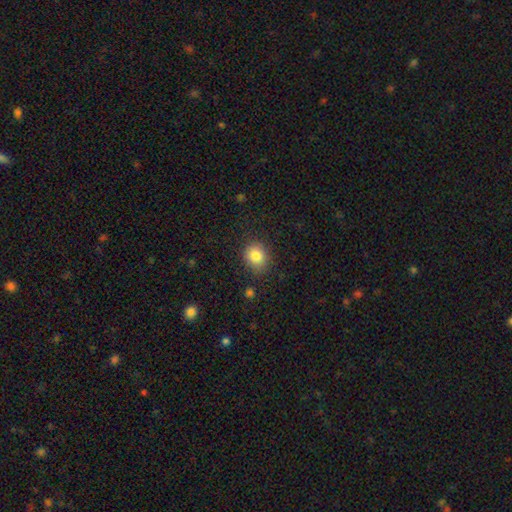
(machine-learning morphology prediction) Smooth or featured?
  - smooth: 83% *
  - star or artifact: 10%
  - featured or disk: 7%
How rounded?
  - round: 69% *
  - in between: 30%
  - cigar-shaped: 1%
Merging?
  - none: 81% *
  - minor disturbance: 14%
  - major disturbance: 3%
  - merger: 2%